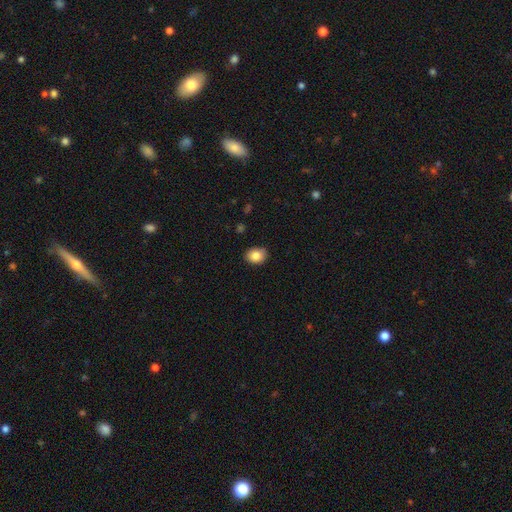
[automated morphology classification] Smooth or featured? smooth (85%)
How rounded? in between (54%)
Merging? none (85%)